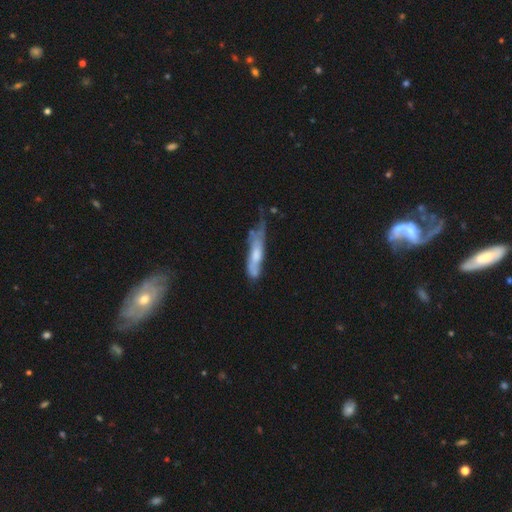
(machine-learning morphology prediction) smooth_or_featured: featured or disk (p=0.51) [alt: smooth p=0.43]
disk_edge_on: no (p=0.54) [alt: yes p=0.46]
merging: none (p=0.35) [alt: minor disturbance p=0.33]